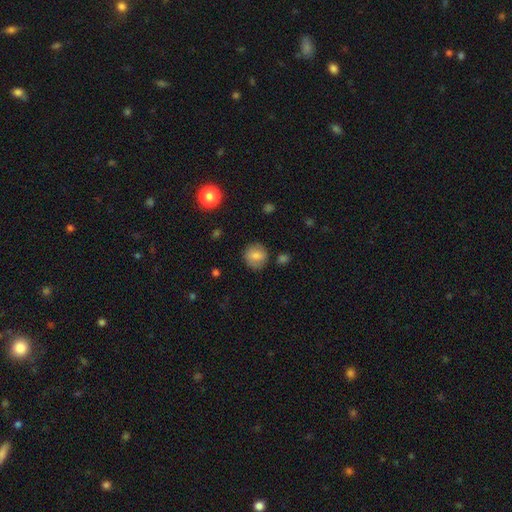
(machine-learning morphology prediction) smooth 78%, featured or disk 13%, star or artifact 9%. Down the decision tree: how rounded — round (84%); merging — none (81%).